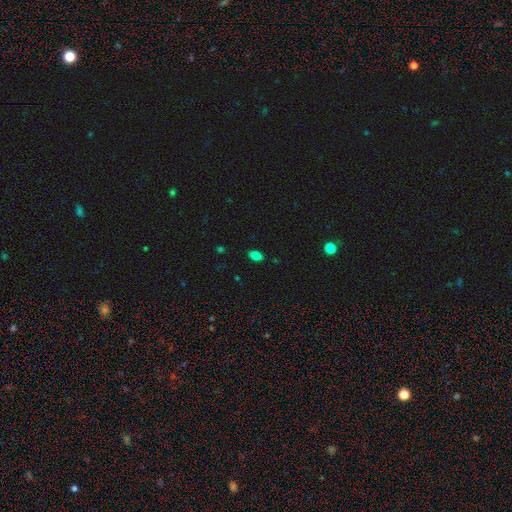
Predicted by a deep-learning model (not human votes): smooth 82%, star or artifact 12%, featured or disk 5%. Down the decision tree: how rounded — in between (90%); merging — none (88%).